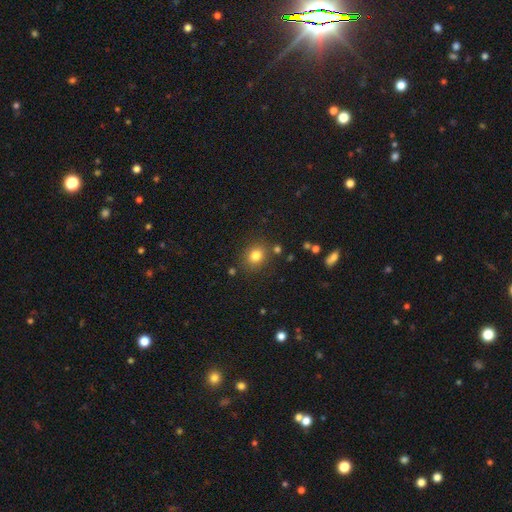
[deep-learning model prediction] Smooth or featured: smooth — 80% (star or artifact — 13%)
How rounded: round — 68% (in between — 31%)
Merging: none — 82% (minor disturbance — 10%)